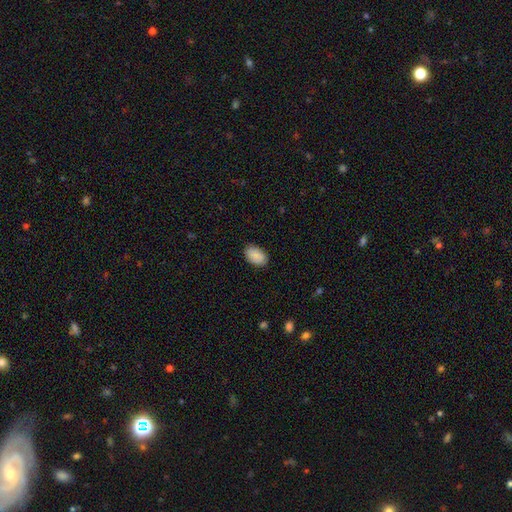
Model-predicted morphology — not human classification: smooth_or_featured: smooth (p=0.90) [alt: star or artifact p=0.06]
how_rounded: in between (p=0.92) [alt: round p=0.07]
merging: none (p=0.88) [alt: minor disturbance p=0.09]